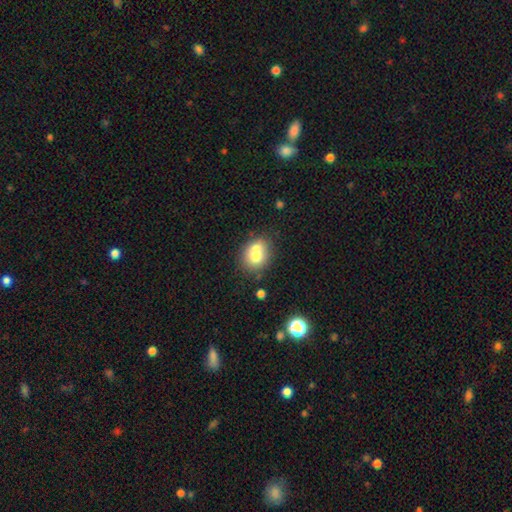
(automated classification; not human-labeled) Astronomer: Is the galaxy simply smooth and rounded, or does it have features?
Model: smooth — 68%.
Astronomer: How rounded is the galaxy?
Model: round — 65%.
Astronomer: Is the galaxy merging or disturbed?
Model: merger — 49% (runner-up: none, 38%).